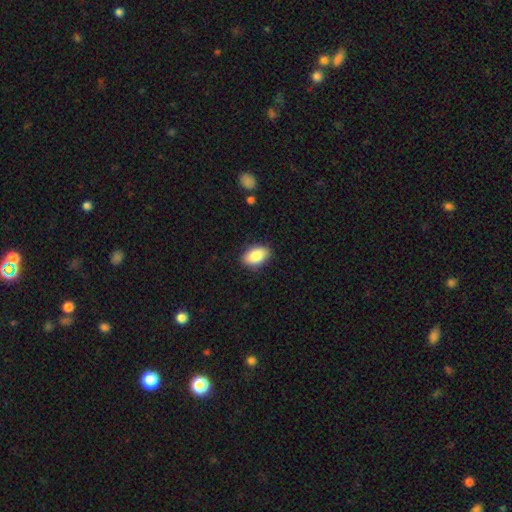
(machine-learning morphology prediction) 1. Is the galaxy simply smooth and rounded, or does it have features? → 85% smooth, 8% featured or disk, 7% star or artifact.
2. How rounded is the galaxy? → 91% in between, 8% round, 2% cigar-shaped.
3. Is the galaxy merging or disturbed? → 87% none, 10% minor disturbance, 2% major disturbance, 1% merger.